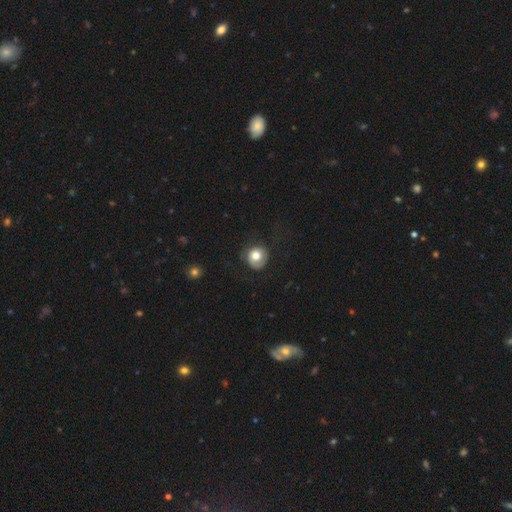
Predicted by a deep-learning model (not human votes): Smooth or featured? smooth (71%)
How rounded? round (83%)
Merging? none (61%)